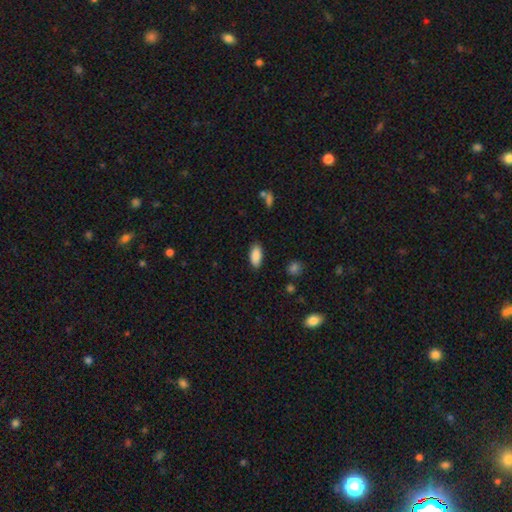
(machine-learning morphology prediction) smooth_or_featured: smooth (p=0.89) [alt: star or artifact p=0.07]
how_rounded: in between (p=0.88) [alt: cigar-shaped p=0.10]
merging: none (p=0.86) [alt: minor disturbance p=0.11]